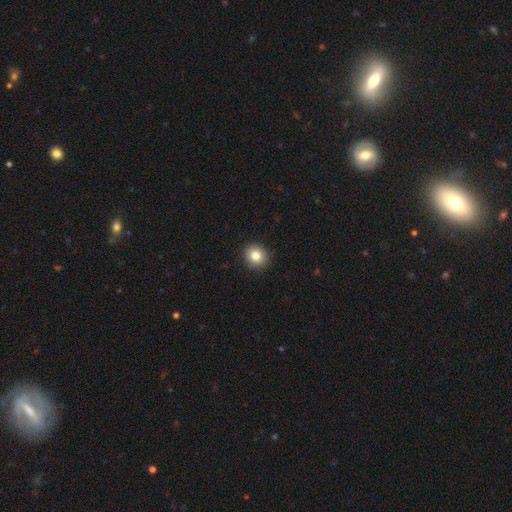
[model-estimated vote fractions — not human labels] Smooth or featured? smooth (82%)
How rounded? round (85%)
Merging? none (91%)